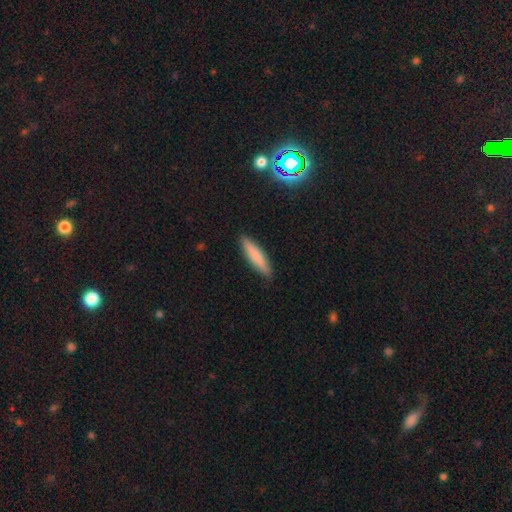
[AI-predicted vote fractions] Smooth or featured?
  - smooth: 79% *
  - featured or disk: 14%
  - star or artifact: 7%
How rounded?
  - cigar-shaped: 83% *
  - in between: 16%
  - round: 1%
Merging?
  - none: 89% *
  - minor disturbance: 8%
  - major disturbance: 2%
  - merger: 1%